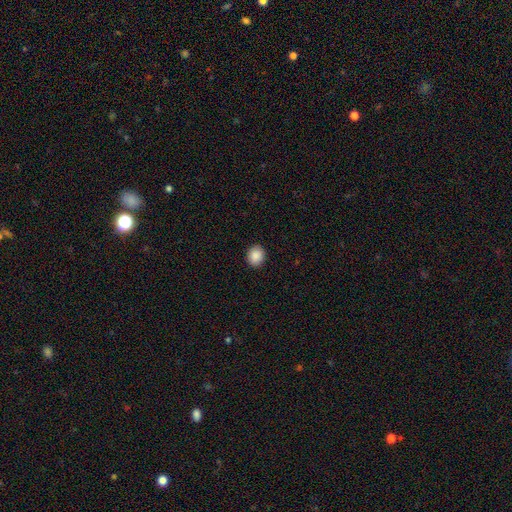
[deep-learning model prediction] A smooth galaxy with no disk features (88%) that is round (70%).

Vote fractions:
- Smooth or featured? smooth: 88% / star or artifact: 8% / featured or disk: 3%
- How rounded? round: 70% / in between: 30% / cigar-shaped: 1%
- Merging? none: 91% / minor disturbance: 7% / major disturbance: 2% / merger: 1%